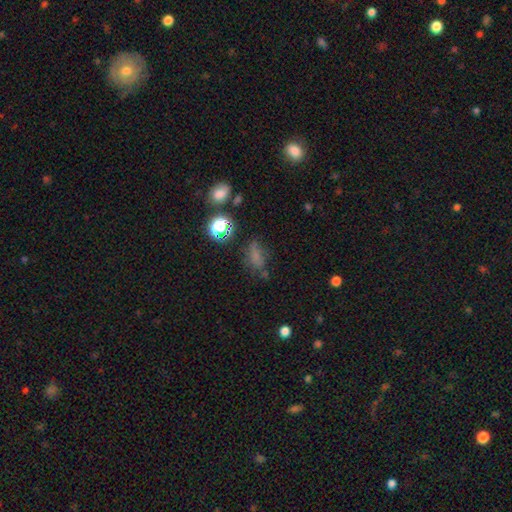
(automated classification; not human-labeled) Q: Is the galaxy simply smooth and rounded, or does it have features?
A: smooth — 60%.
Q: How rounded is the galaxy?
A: in between — 66%.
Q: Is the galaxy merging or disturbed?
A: none — 52%.